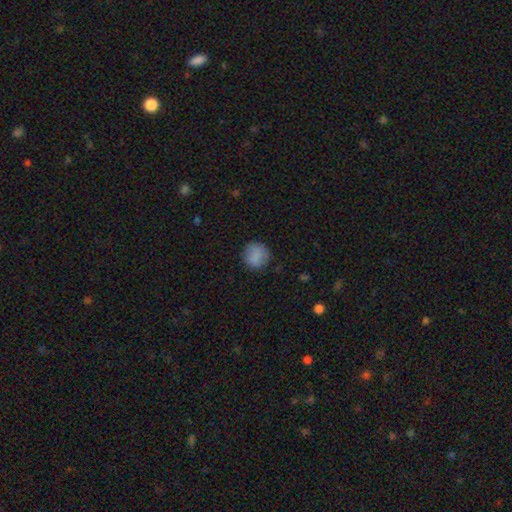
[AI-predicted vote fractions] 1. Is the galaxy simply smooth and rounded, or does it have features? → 84% smooth, 8% star or artifact, 8% featured or disk.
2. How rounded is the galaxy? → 90% round, 9% in between, 1% cigar-shaped.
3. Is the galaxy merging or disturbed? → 81% none, 14% minor disturbance, 4% major disturbance, 1% merger.